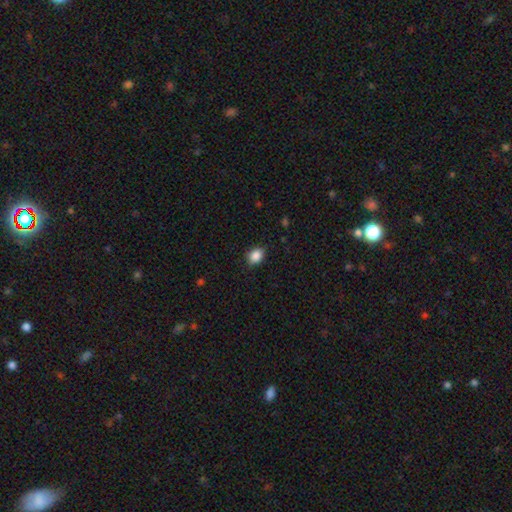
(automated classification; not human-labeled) A smooth galaxy with no disk features (87%) that is in between round and cigar-shaped (58%). Merging: none (83%).